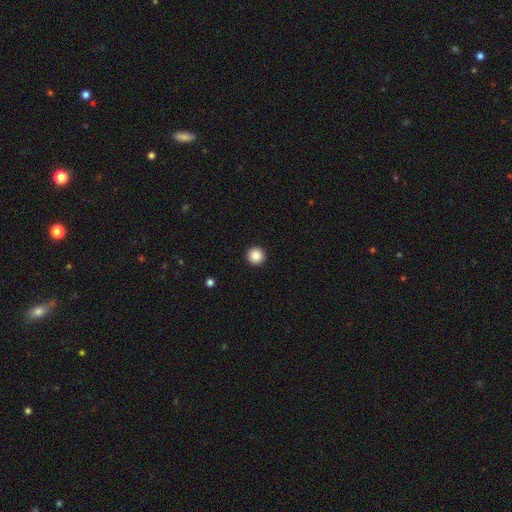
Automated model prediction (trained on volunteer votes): smooth-or-featured: smooth: 87% | star or artifact: 10% | featured or disk: 4%
  how-rounded: round: 97% | in between: 2% | cigar-shaped: 1%
  merging: none: 94% | minor disturbance: 4% | major disturbance: 1% | merger: 1%